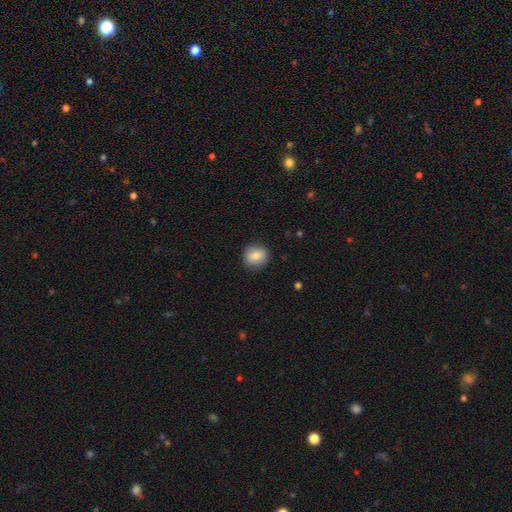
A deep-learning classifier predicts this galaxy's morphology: The model was most divided on "how rounded": round: 80%, in between: 19%, cigar-shaped: 1%. More confident: merging — none (88%); smooth or featured — smooth (82%).